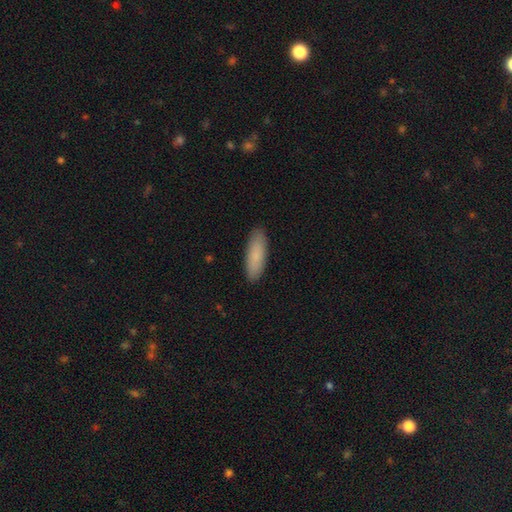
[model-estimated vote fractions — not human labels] This is clearly a smooth galaxy (86%). How rounded: possibly in between (53%). Merging: clearly none (90%).